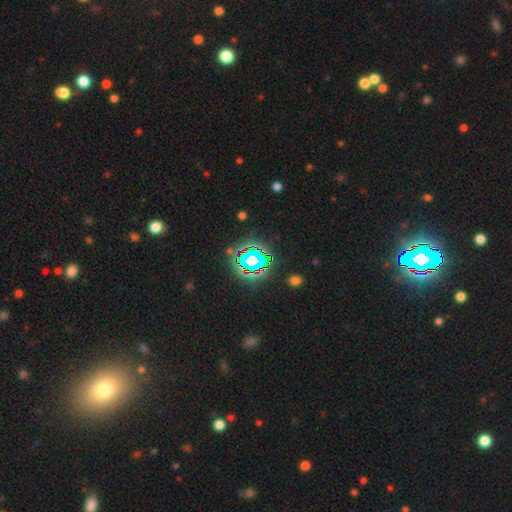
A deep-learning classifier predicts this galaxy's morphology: star or artifact 73%, smooth 17%, featured or disk 10%.